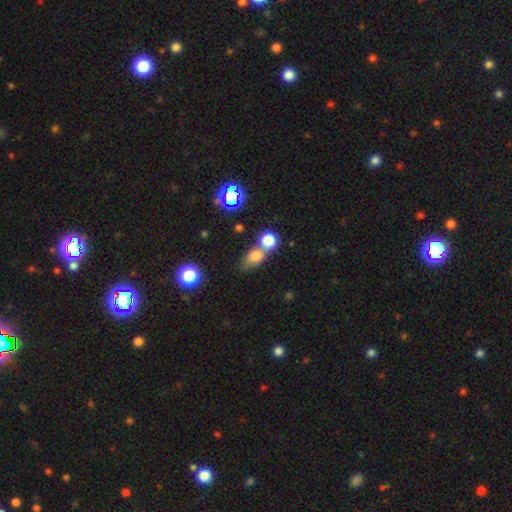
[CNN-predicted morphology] smooth 75%, star or artifact 14%, featured or disk 11%. Down the decision tree: how rounded — in between (56%); merging — merger (52%).